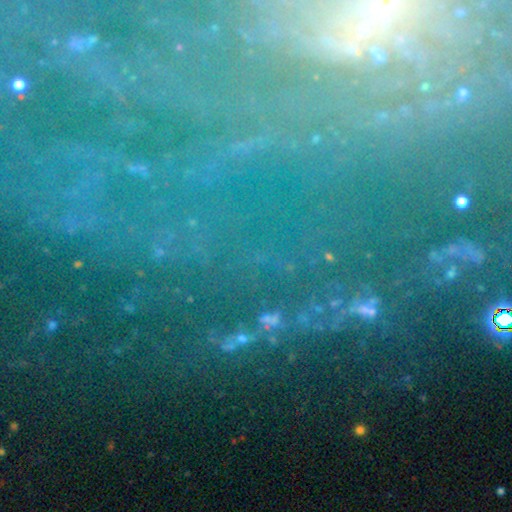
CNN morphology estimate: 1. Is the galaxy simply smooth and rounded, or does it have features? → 55% star or artifact, 31% featured or disk, 13% smooth.